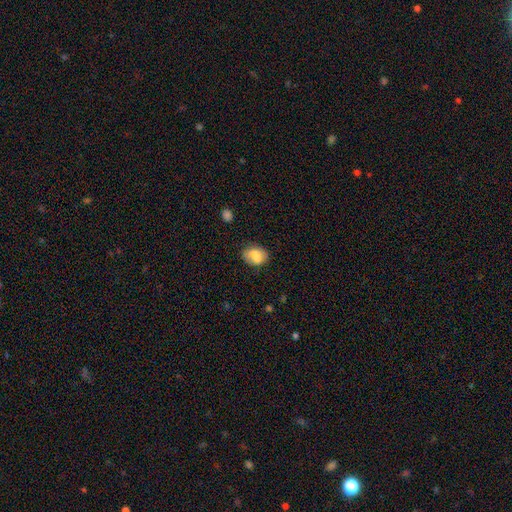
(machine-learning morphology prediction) smooth 72%, featured or disk 19%, star or artifact 9%. Down the decision tree: how rounded — in between (67%); merging — none (54%).